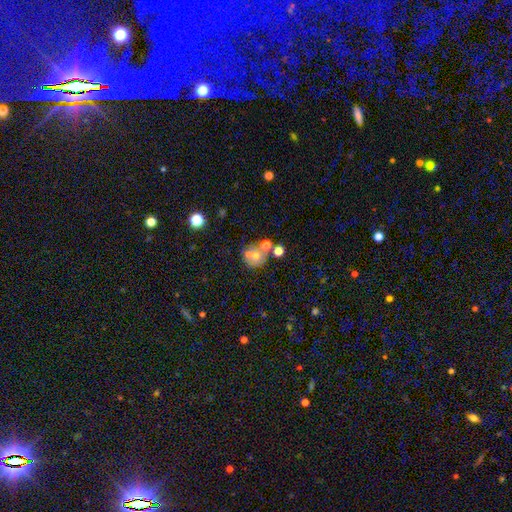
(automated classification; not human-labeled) Smooth or featured? Predicted: smooth (p=0.57). How rounded? Predicted: round (p=0.82). Merging? Predicted: none (p=0.50).